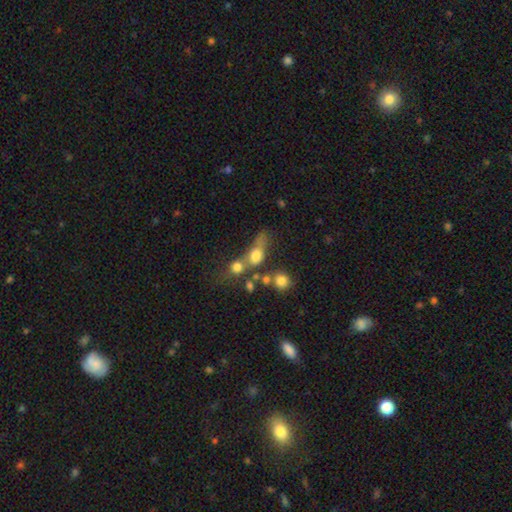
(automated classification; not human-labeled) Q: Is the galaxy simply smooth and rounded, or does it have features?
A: smooth — 67%.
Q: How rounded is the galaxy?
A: in between — 46%.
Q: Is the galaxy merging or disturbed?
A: merger — 52%.